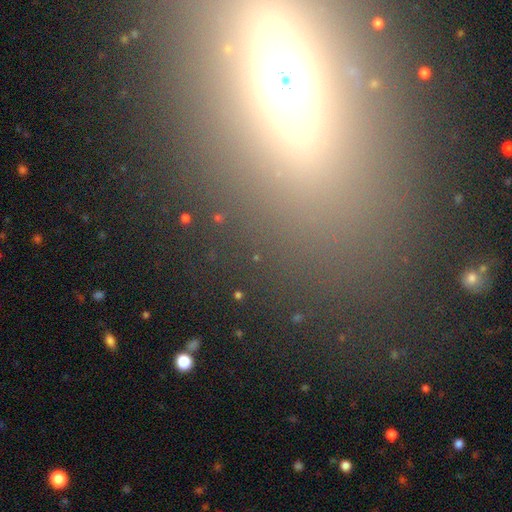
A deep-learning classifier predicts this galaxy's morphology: This is marginally a star or artifact rather than a galaxy (38%).